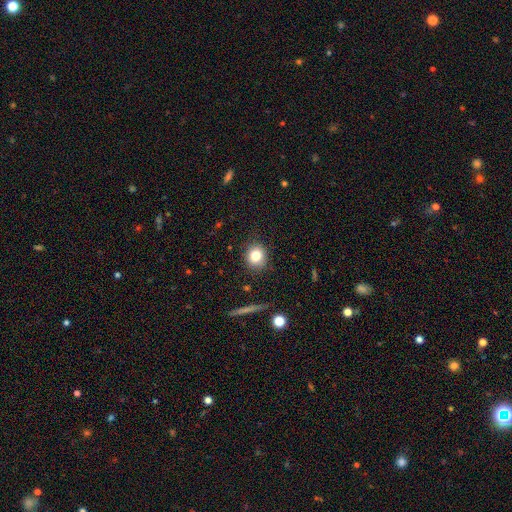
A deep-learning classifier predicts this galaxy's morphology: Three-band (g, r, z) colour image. It shows a smooth galaxy with no disk features (80%) that is round (83%). Merging: none (87%).